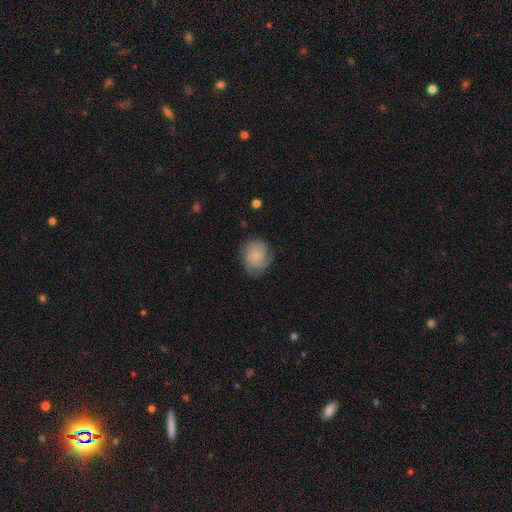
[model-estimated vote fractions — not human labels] This is possibly a smooth galaxy (57%). How rounded: likely round (68%). Merging: likely none (67%).